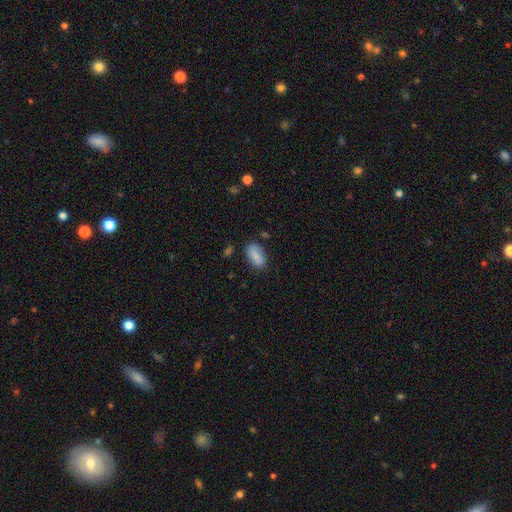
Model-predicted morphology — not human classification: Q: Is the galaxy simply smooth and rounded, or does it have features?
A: smooth — 86%.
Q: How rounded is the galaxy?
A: in between — 90%.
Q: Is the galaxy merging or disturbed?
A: none — 76%.